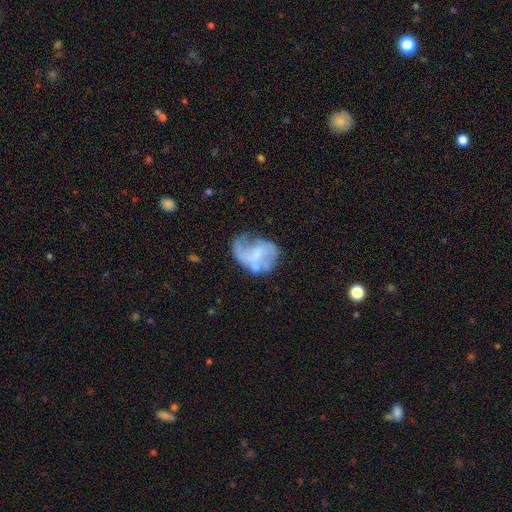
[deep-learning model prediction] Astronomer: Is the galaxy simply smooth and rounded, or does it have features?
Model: featured or disk — 60%.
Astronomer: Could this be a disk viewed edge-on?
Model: no — 98%.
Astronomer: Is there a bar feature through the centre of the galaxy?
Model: no — 54% (runner-up: weak, 36%).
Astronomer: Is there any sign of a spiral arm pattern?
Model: yes — 60% (runner-up: no, 40%).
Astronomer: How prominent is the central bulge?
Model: none — 45% (runner-up: small, 28%).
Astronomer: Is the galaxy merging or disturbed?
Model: none — 37% (runner-up: major disturbance, 30%).